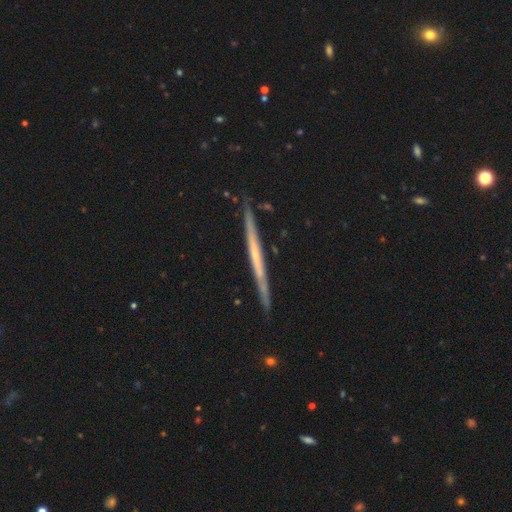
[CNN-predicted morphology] Q: Smooth or featured?
A: featured or disk (65%); runner-up: smooth (29%)
Q: Edge-on disk?
A: yes (97%); runner-up: no (3%)
Q: Edge-on bulge?
A: none (85%); runner-up: rounded (11%)
Q: Merging?
A: none (89%); runner-up: minor disturbance (8%)